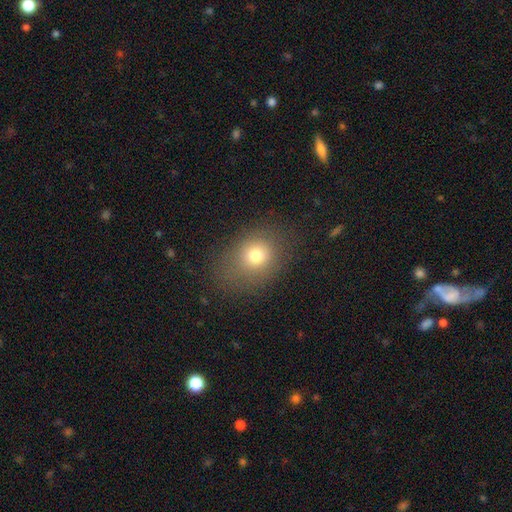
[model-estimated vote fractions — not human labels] smooth 74%, star or artifact 15%, featured or disk 11%. Down the decision tree: how rounded — round (55%); merging — none (79%).